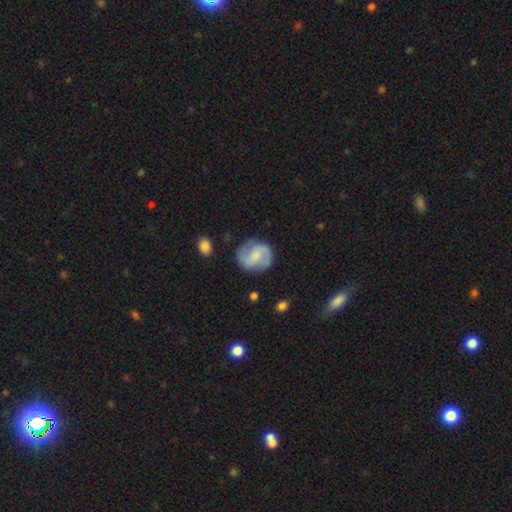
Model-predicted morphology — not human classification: Smooth or featured: featured or disk — 64% (smooth — 30%)
Edge-on disk: no — 98% (yes — 2%)
Bar: weak — 46% (no — 41%)
Spiral arms: yes — 92% (no — 8%)
Spiral winding: medium — 47% (loose — 31%)
Spiral arm count: 2 — 85% (can't tell — 7%)
Bulge size: small — 40% (moderate — 33%)
Merging: none — 78% (minor disturbance — 14%)